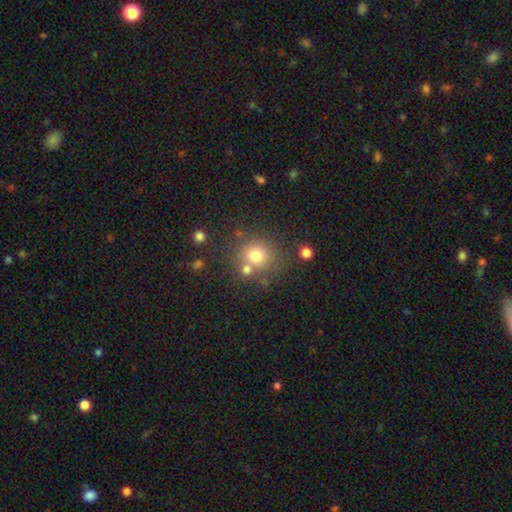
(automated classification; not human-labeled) Overall: smooth (75%). How rounded: round (86%). Merging: none (67%).